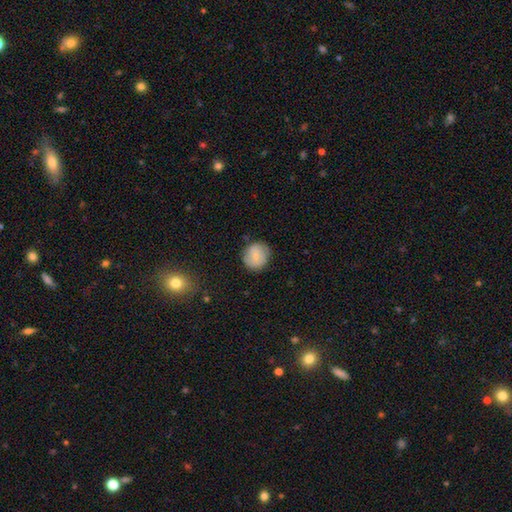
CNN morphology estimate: Q: Smooth or featured?
A: smooth (69%); runner-up: featured or disk (23%)
Q: How rounded?
A: round (89%); runner-up: in between (10%)
Q: Merging?
A: none (81%); runner-up: minor disturbance (14%)